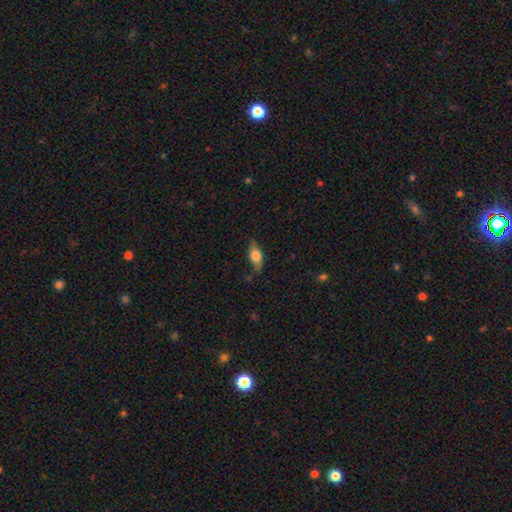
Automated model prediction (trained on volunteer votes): Smooth or featured? Predicted: smooth (p=0.61). How rounded? Predicted: in between (p=0.75). Merging? Predicted: none (p=0.75).